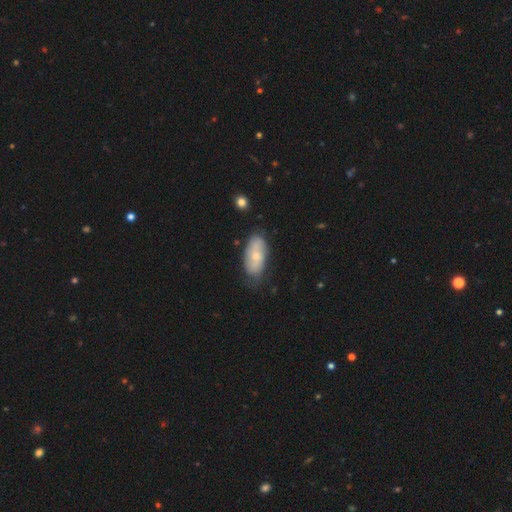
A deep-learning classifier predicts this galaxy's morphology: type=smooth (51%); roundness=in between (89%); merging=none (72%).